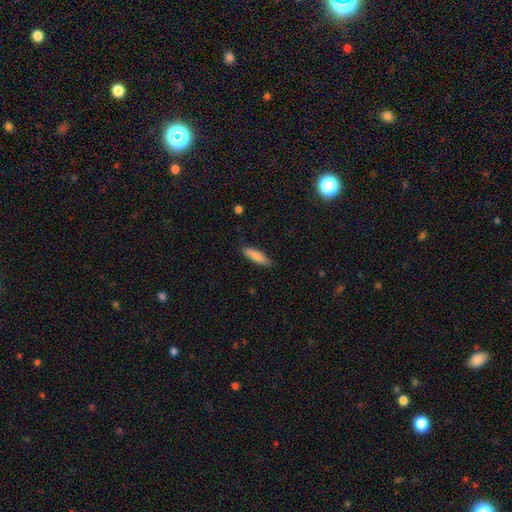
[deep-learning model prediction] This is clearly a smooth galaxy (85%). How rounded: likely cigar-shaped (61%). Merging: clearly none (85%).